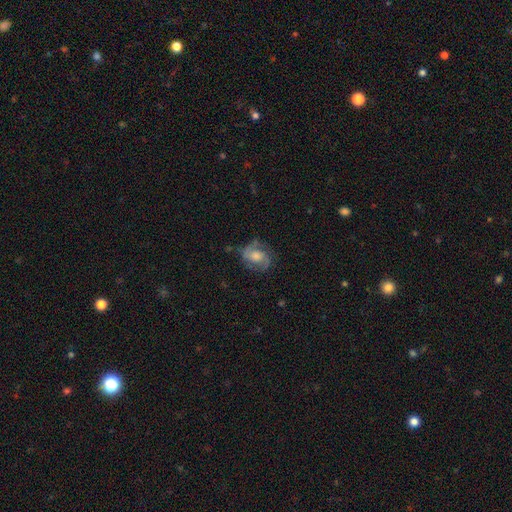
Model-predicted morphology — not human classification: Smooth or featured? featured or disk (65%)
Edge-on disk? no (97%)
Bar? no (61%)
Spiral arms? yes (88%)
Spiral winding? medium (49%)
Spiral arm count? 2 (79%)
Bulge size? moderate (45%)
Merging? none (65%)